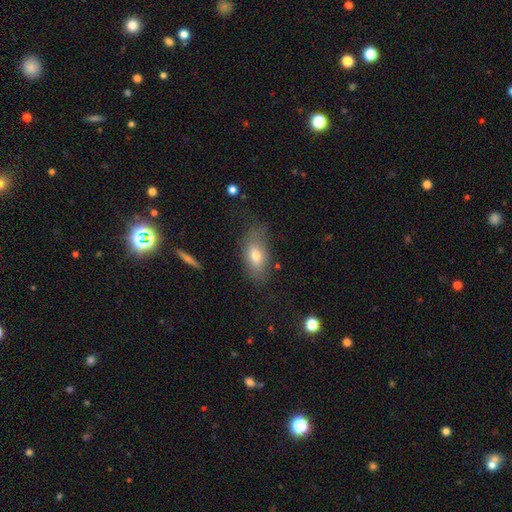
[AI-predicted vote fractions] Smooth or featured? Predicted: smooth (p=0.71). How rounded? Predicted: in between (p=0.87). Merging? Predicted: none (p=0.61).